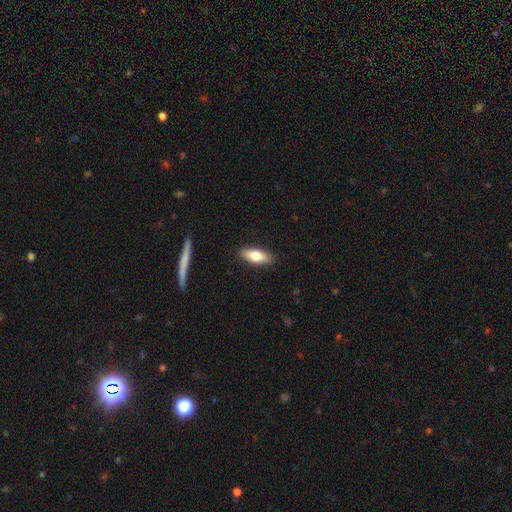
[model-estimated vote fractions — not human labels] Smooth or featured: smooth — 73% (featured or disk — 21%)
How rounded: in between — 72% (cigar-shaped — 26%)
Merging: none — 89% (minor disturbance — 8%)